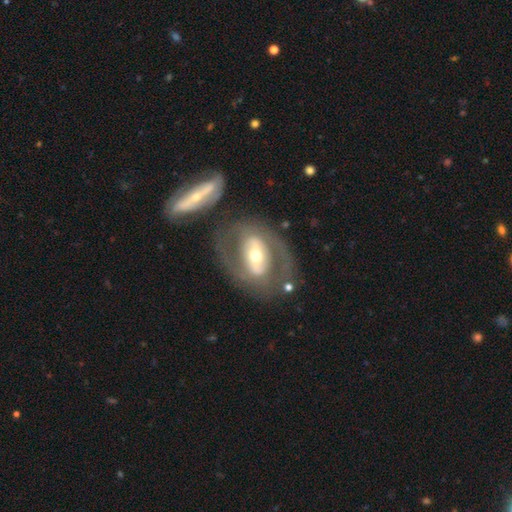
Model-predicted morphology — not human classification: A featured or disk galaxy (72%) with a strong bar (41%), no spiral arms (51%) and a moderate central bulge (60%). Merging: none (66%).